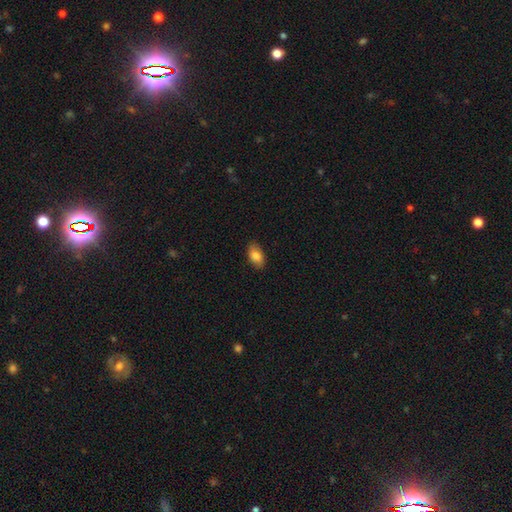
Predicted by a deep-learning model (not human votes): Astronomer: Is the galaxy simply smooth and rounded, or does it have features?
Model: smooth — 85%.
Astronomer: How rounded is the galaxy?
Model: in between — 92%.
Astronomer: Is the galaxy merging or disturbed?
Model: none — 87%.